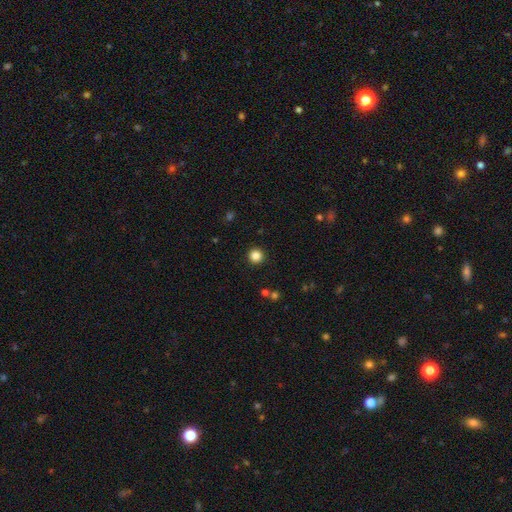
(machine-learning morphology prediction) smooth 84%, star or artifact 12%, featured or disk 4%. Down the decision tree: how rounded — round (96%); merging — none (92%).